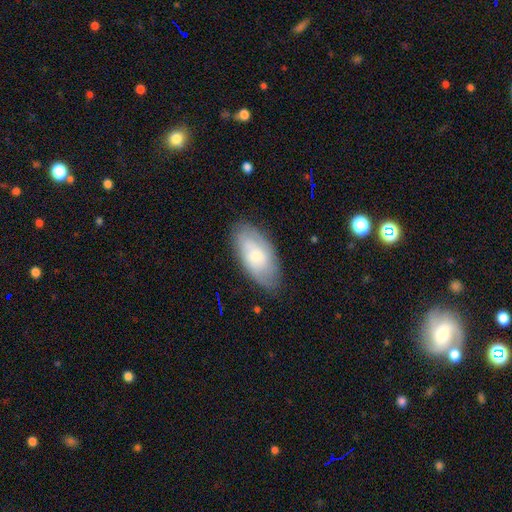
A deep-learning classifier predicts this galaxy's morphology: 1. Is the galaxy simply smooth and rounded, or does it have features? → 49% smooth, 44% featured or disk, 7% star or artifact.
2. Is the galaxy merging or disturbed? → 78% none, 16% minor disturbance, 4% major disturbance, 1% merger.